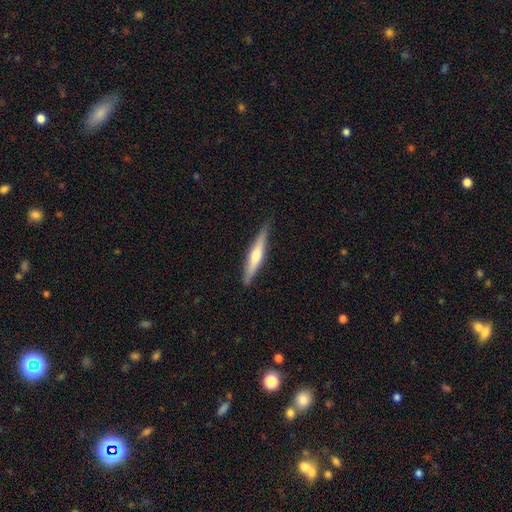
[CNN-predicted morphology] Q: Smooth or featured?
A: featured or disk (55%); runner-up: smooth (39%)
Q: Edge-on disk?
A: yes (96%); runner-up: no (4%)
Q: Edge-on bulge?
A: rounded (79%); runner-up: none (13%)
Q: Merging?
A: none (87%); runner-up: minor disturbance (10%)